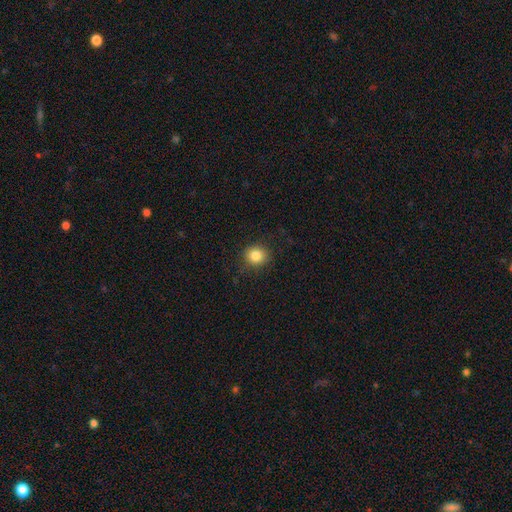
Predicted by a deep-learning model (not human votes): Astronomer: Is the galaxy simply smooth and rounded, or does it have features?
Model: smooth — 84%.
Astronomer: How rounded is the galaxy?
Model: round — 85%.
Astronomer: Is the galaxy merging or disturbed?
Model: none — 87%.